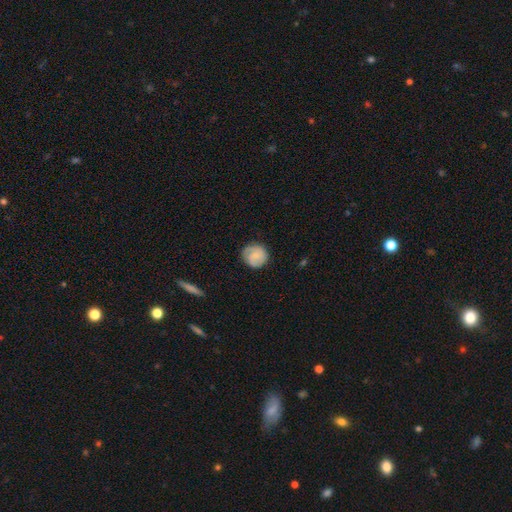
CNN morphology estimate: The model was most divided on "smooth or featured": smooth: 49%, featured or disk: 44%, star or artifact: 7%. More confident: merging — none (79%).